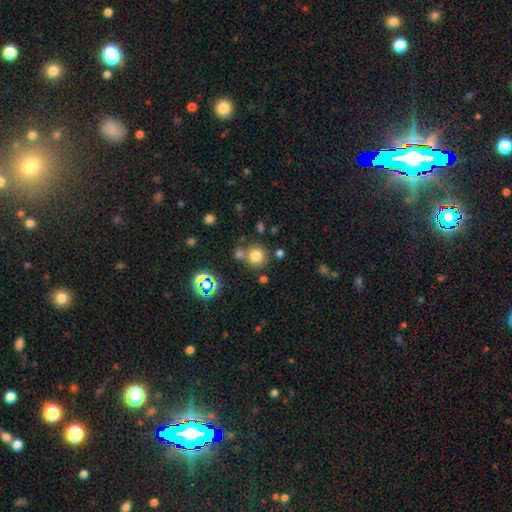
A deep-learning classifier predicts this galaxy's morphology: The model was most divided on "merging": none: 69%, merger: 17%, minor disturbance: 10%, major disturbance: 4%. More confident: how rounded — round (91%); smooth or featured — smooth (77%).